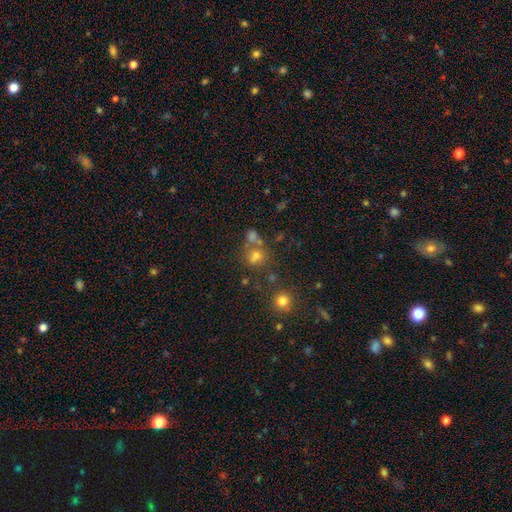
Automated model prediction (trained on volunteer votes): smooth 57%, star or artifact 26%, featured or disk 17%. Down the decision tree: how rounded — round (70%); merging — none (46%).